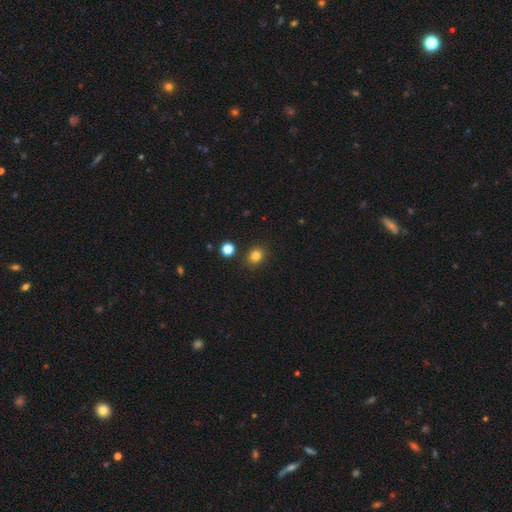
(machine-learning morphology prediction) Smooth or featured? Predicted: smooth (p=0.82). How rounded? Predicted: round (p=0.57). Merging? Predicted: none (p=0.85).